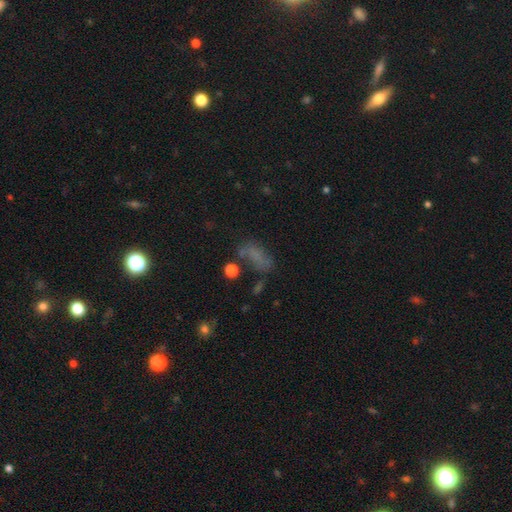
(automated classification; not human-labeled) A smooth galaxy with no disk features (54%) that is in between round and cigar-shaped (77%). Merging: none (43%).